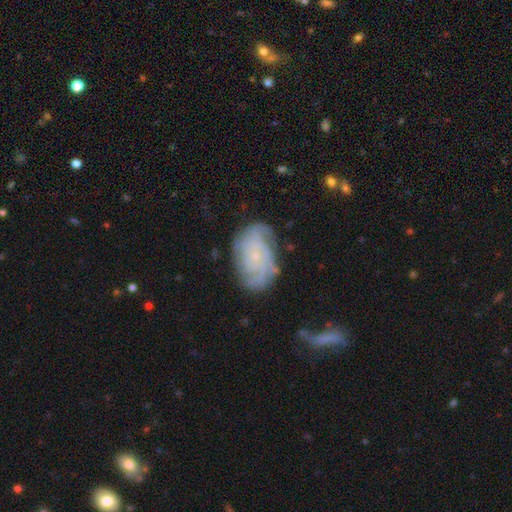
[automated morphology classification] Smooth or featured?
  - featured or disk: 81% *
  - smooth: 12%
  - star or artifact: 7%
Edge-on disk?
  - no: 97% *
  - yes: 3%
Bar?
  - no: 78% *
  - weak: 18%
  - strong: 4%
Spiral arms?
  - yes: 95% *
  - no: 5%
Spiral winding?
  - tight: 66% *
  - medium: 26%
  - loose: 7%
Spiral arm count?
  - can't tell: 31% *
  - 4: 21%
  - 3: 20%
  - 2: 14%
  - more than 4: 8%
  - 1: 6%
Bulge size?
  - small: 82% *
  - moderate: 12%
  - none: 4%
  - large: 1%
  - dominant: 1%
Merging?
  - none: 69% *
  - minor disturbance: 21%
  - major disturbance: 8%
  - merger: 2%